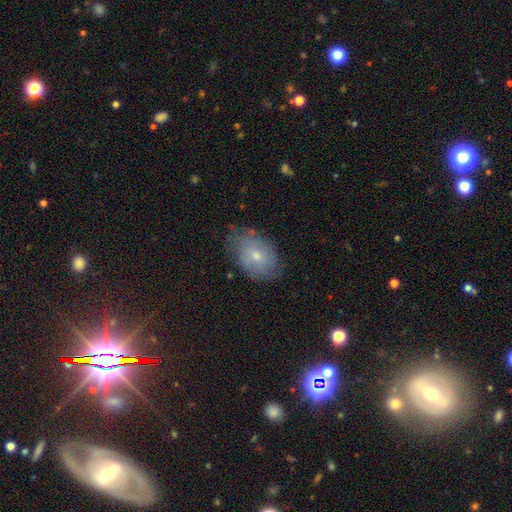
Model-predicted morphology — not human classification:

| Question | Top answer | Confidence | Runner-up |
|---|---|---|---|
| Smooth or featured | smooth | 53% | featured or disk (39%) |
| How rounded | in between | 78% | round (20%) |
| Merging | none | 67% | minor disturbance (25%) |